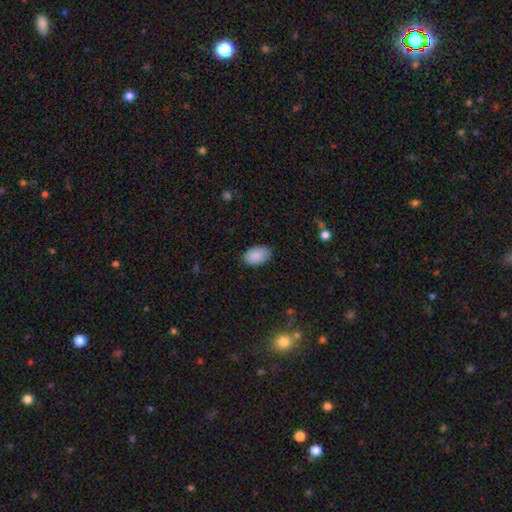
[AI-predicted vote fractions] A smooth galaxy with no disk features (89%) that is in between round and cigar-shaped (91%). Merging: none (83%).